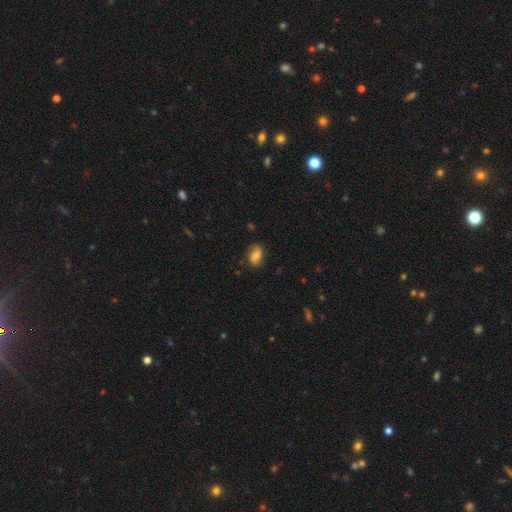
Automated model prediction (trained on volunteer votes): Smooth or featured? smooth (64%)
How rounded? in between (82%)
Merging? none (75%)